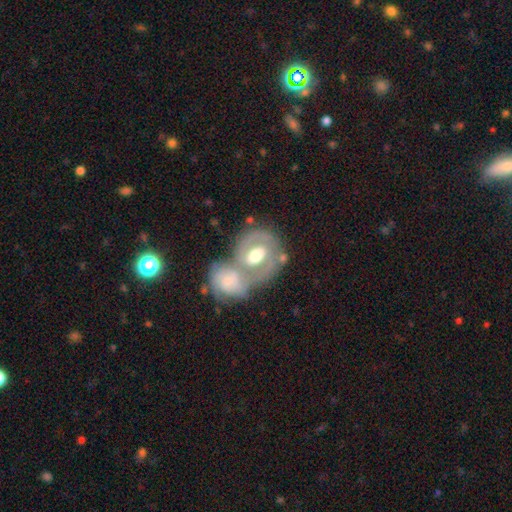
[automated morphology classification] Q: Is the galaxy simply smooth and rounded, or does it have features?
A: featured or disk — 73%.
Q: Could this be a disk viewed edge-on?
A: no — 96%.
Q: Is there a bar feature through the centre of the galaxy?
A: weak — 44%.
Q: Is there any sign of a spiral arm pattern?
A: yes — 81%.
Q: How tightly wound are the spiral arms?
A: tight — 54%.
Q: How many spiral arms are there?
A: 2 — 65%.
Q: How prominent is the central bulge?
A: moderate — 69%.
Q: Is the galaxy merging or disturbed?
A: merger — 56%.